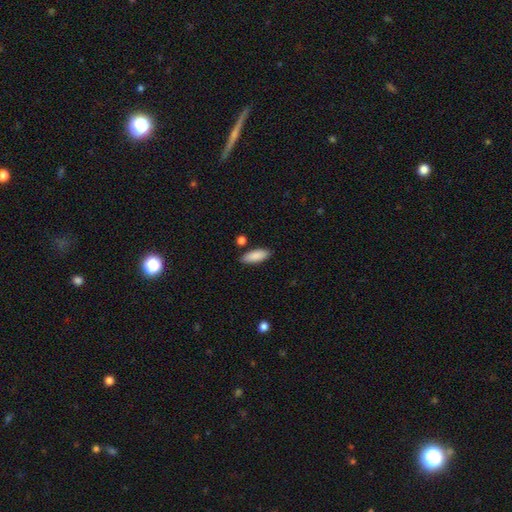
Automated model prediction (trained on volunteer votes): This appears to be a smooth galaxy with no disk features (88%) that is in between round and cigar-shaped (71%). Merging: none (84%).